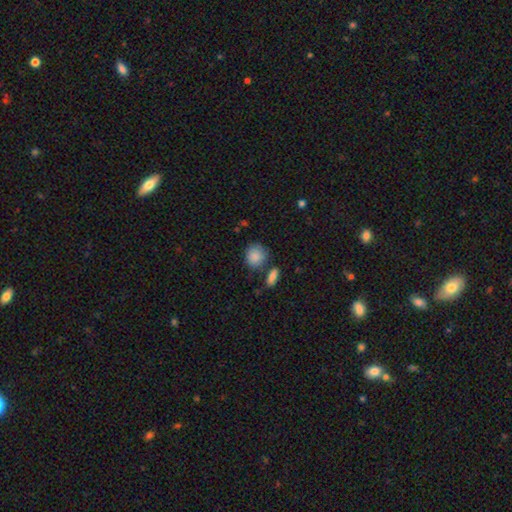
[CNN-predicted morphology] Smooth or featured? Predicted: smooth (p=0.87). How rounded? Predicted: round (p=0.76). Merging? Predicted: none (p=0.67).